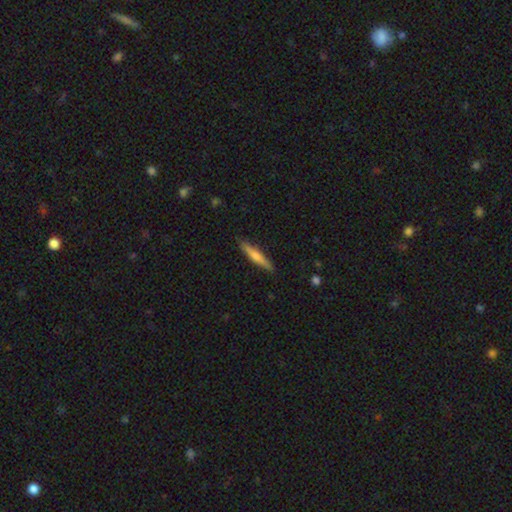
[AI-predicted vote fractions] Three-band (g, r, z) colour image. It shows a smooth galaxy with no disk features (48%). Merging: none (90%).